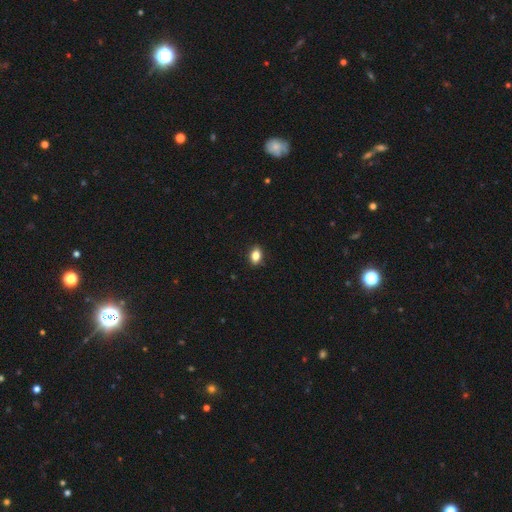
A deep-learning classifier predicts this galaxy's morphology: The model was most divided on "how rounded": in between: 81%, round: 17%, cigar-shaped: 2%. More confident: merging — none (89%); smooth or featured — smooth (85%).